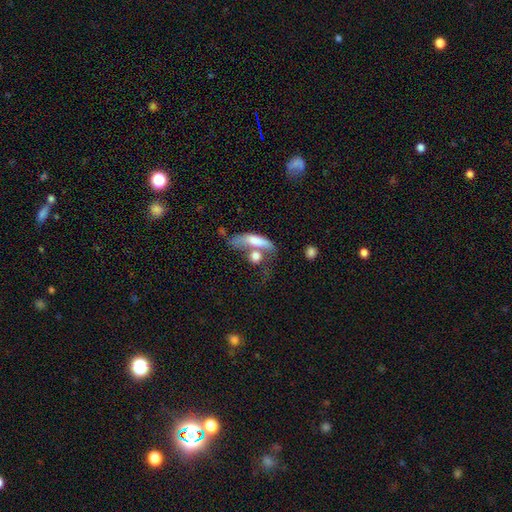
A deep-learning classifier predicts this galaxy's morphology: This appears to be a smooth galaxy with no disk features (67%) that is in between round and cigar-shaped (48%). Merging: merger (46%).